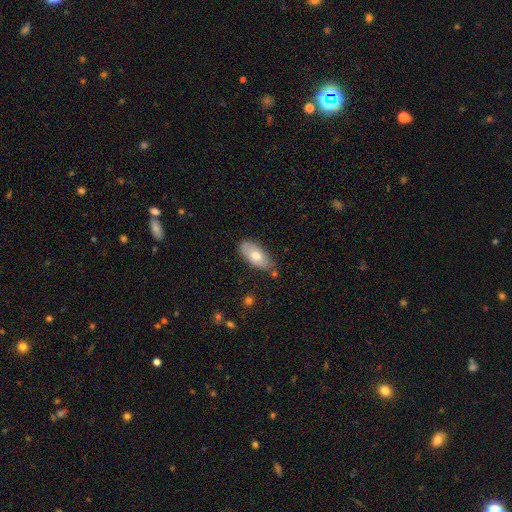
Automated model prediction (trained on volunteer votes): Smooth or featured? smooth (70%)
How rounded? in between (90%)
Merging? none (72%)